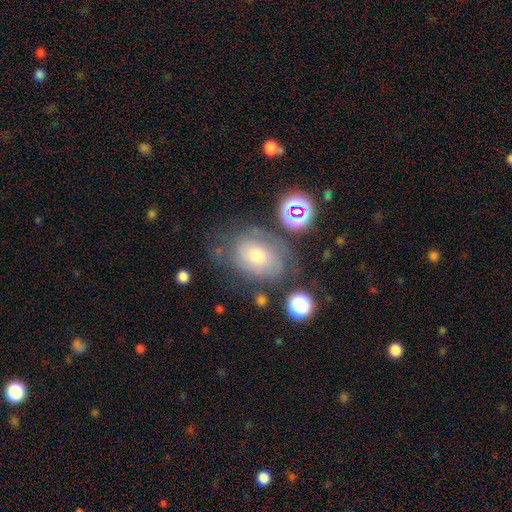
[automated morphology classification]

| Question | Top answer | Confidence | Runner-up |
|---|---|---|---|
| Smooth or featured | smooth | 50% | featured or disk (35%) |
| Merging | none | 56% | minor disturbance (24%) |